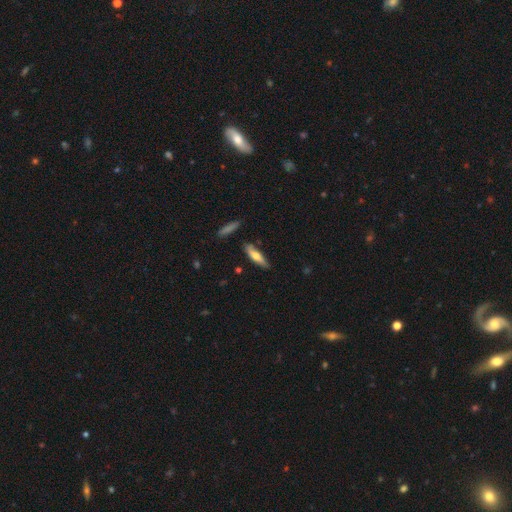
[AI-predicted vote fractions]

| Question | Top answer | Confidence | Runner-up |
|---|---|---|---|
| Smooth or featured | smooth | 60% | featured or disk (34%) |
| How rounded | cigar-shaped | 68% | in between (30%) |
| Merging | none | 78% | minor disturbance (16%) |